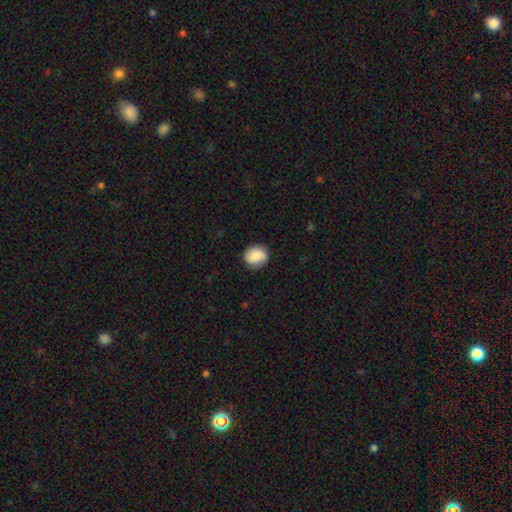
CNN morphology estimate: Smooth or featured? smooth (78%)
How rounded? round (76%)
Merging? none (82%)